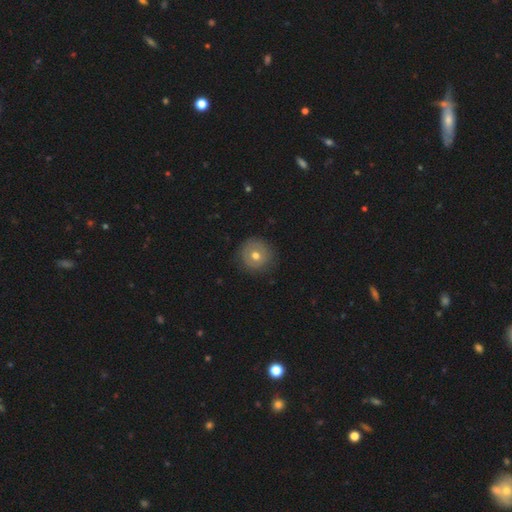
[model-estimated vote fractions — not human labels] This appears to be a smooth galaxy with no disk features (59%) that is round (94%). Merging: none (84%).